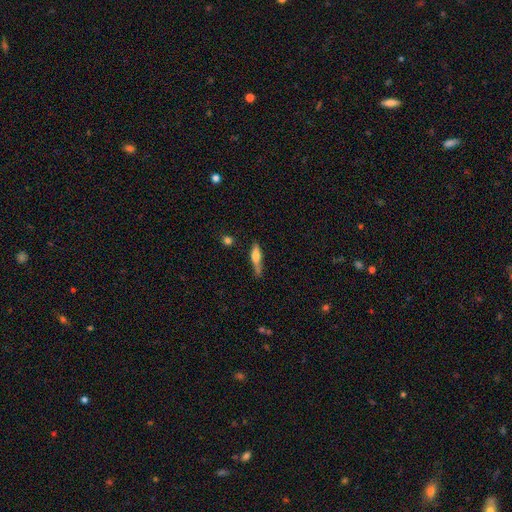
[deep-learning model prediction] Overall: smooth (65%; featured or disk 27%). How rounded: cigar-shaped (68%; in between 29%). Merging: none (49%; minor disturbance 31%).